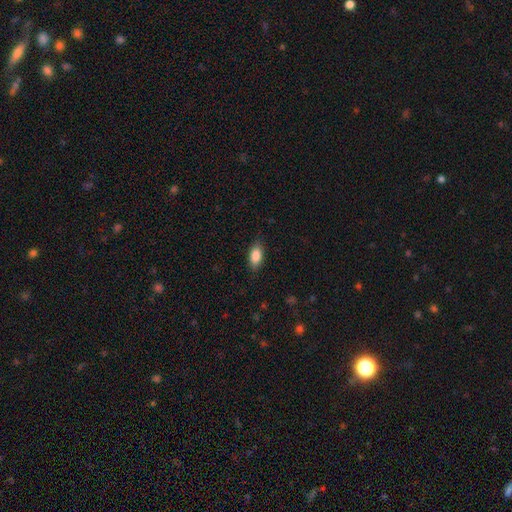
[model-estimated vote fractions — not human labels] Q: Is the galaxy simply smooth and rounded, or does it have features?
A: smooth — 85%.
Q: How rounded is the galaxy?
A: in between — 88%.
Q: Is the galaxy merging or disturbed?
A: none — 84%.